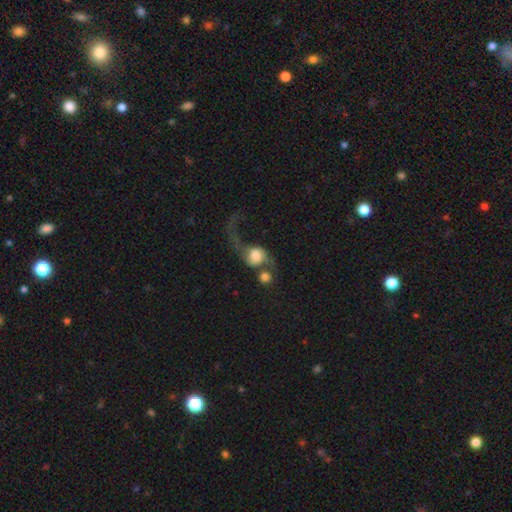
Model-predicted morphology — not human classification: smooth-or-featured: featured or disk: 50% | smooth: 42% | star or artifact: 8%
  disk-edge-on: no: 95% | yes: 5%
  merging: merger: 44% | major disturbance: 31% | none: 16% | minor disturbance: 9%